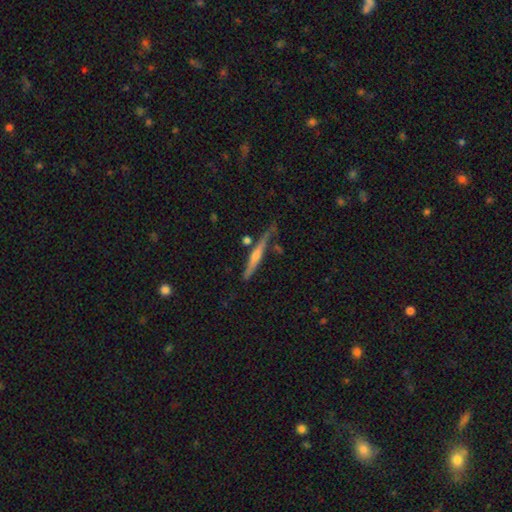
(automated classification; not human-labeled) featured or disk 71%, smooth 22%, star or artifact 7%. Down the decision tree: edge-on disk — yes (96%); edge-on bulge — rounded (79%); merging — none (73%).